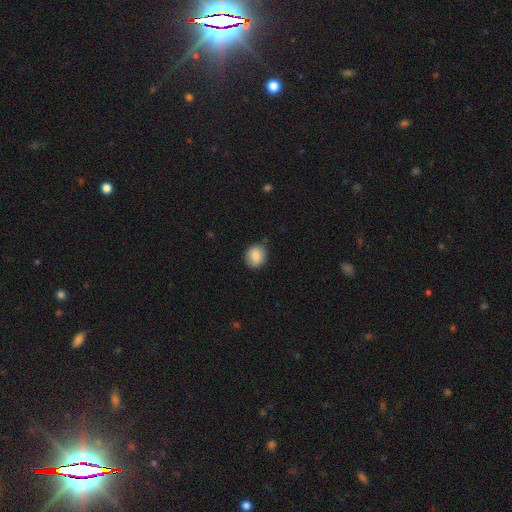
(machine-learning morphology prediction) A smooth galaxy with no disk features (86%) that is round (67%). Merging: none (81%).